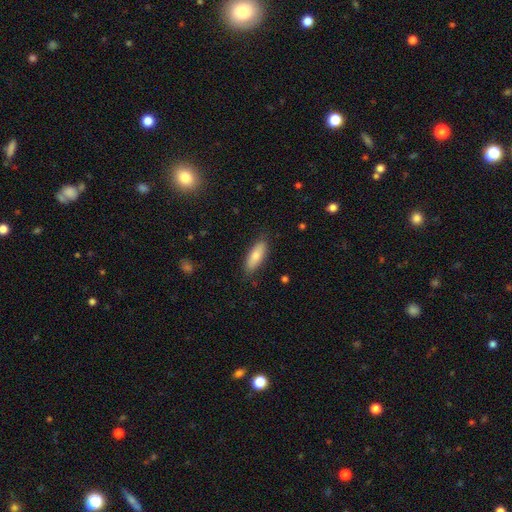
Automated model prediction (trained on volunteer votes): smooth-or-featured: smooth: 75% | featured or disk: 18% | star or artifact: 6%
  how-rounded: in between: 67% | cigar-shaped: 31% | round: 2%
  merging: none: 84% | minor disturbance: 12% | major disturbance: 2% | merger: 1%